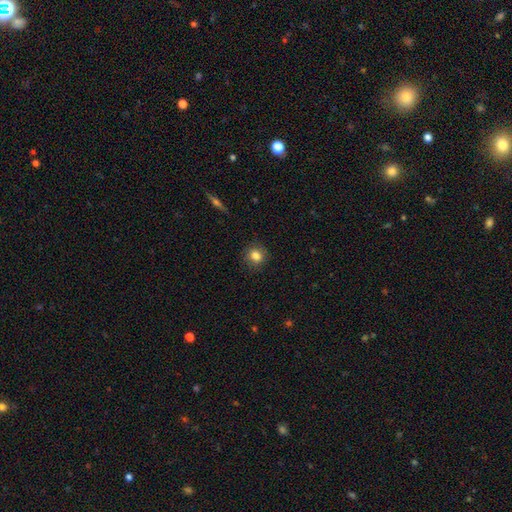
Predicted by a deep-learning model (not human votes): smooth 82%, star or artifact 10%, featured or disk 8%. Down the decision tree: how rounded — round (85%); merging — none (88%).